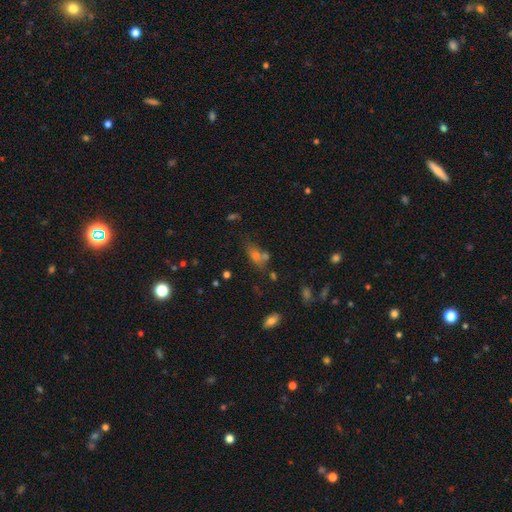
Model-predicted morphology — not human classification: A smooth galaxy with no disk features (56%) that is in between round and cigar-shaped (68%).

Vote fractions:
- Smooth or featured? smooth: 56% / star or artifact: 29% / featured or disk: 15%
- How rounded? in between: 68% / round: 22% / cigar-shaped: 10%
- Merging? none: 50% / merger: 25% / minor disturbance: 16% / major disturbance: 9%